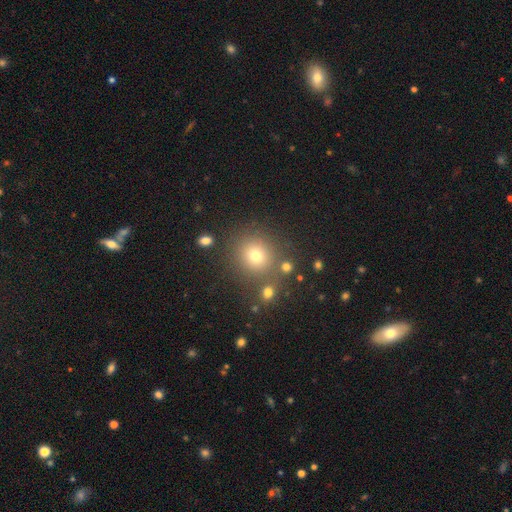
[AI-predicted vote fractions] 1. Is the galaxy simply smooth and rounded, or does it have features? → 71% smooth, 19% star or artifact, 10% featured or disk.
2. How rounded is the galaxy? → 88% round, 11% in between, 1% cigar-shaped.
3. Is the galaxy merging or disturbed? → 80% none, 9% minor disturbance, 8% merger, 4% major disturbance.